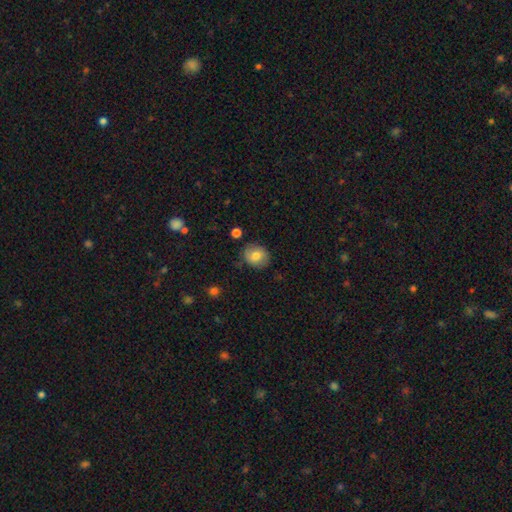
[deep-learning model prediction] Overall: smooth (77%). How rounded: round (70%). Merging: none (81%).